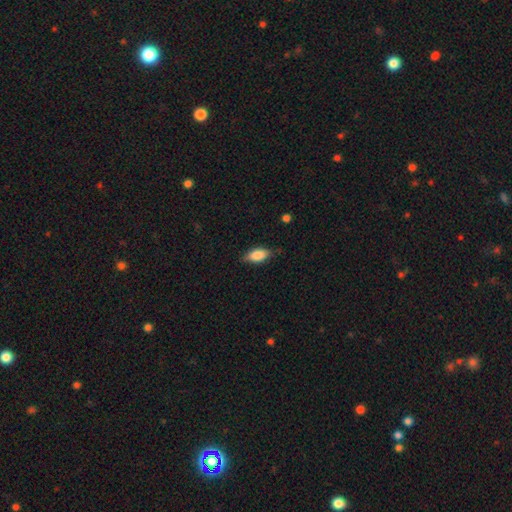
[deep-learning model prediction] Smooth or featured? Predicted: smooth (p=0.80). How rounded? Predicted: in between (p=0.85). Merging? Predicted: none (p=0.75).